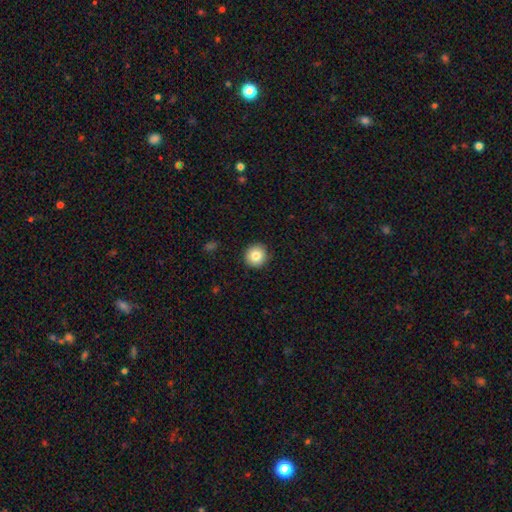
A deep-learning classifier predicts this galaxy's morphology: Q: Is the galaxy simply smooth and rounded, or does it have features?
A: smooth — 83%.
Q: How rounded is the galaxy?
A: round — 95%.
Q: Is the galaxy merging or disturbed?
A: none — 92%.